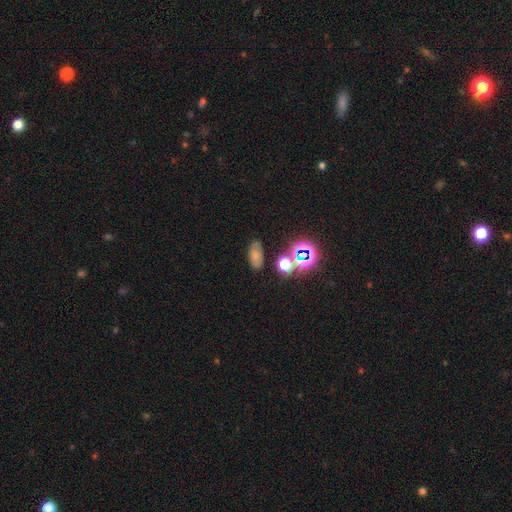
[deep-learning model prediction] Smooth or featured: smooth — 58% (star or artifact — 25%)
How rounded: in between — 85% (round — 10%)
Merging: none — 73% (minor disturbance — 16%)